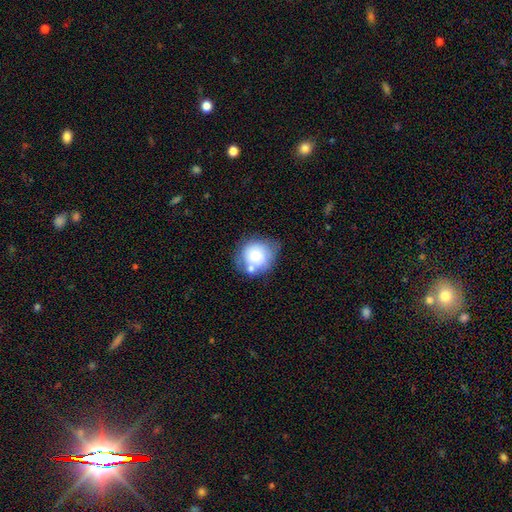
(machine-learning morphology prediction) The model was most divided on "merging": none: 51%, minor disturbance: 22%, merger: 18%, major disturbance: 8%. More confident: how rounded — round (77%); smooth or featured — smooth (71%).